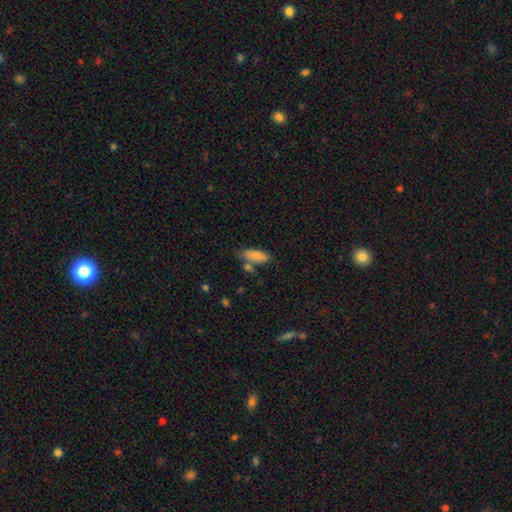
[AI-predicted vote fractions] The model was most divided on "merging": none: 58%, minor disturbance: 18%, merger: 18%, major disturbance: 5%. More confident: smooth or featured — smooth (84%); how rounded — in between (77%).